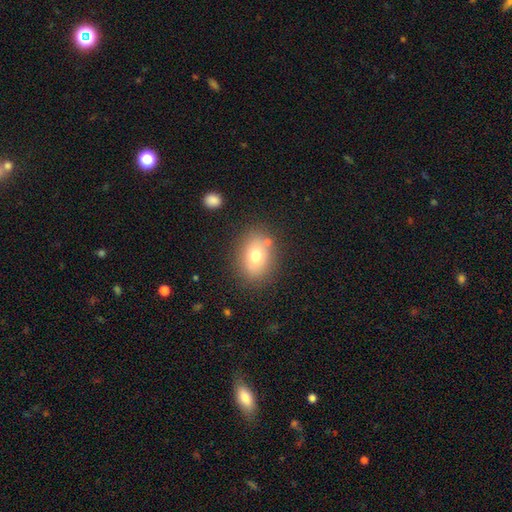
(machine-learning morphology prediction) Overall: smooth (73%). How rounded: in between (70%). Merging: none (80%).